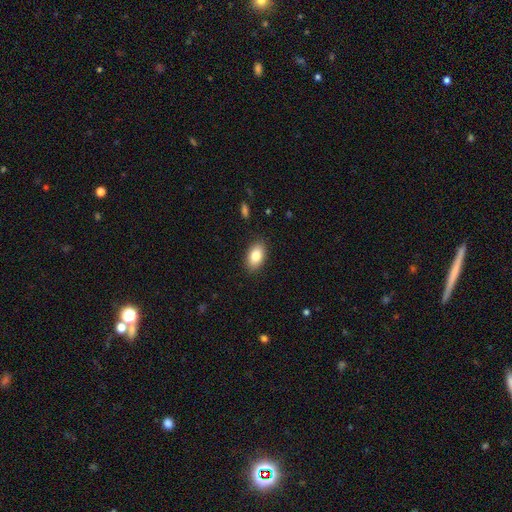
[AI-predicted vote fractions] Morphology: type=smooth (83%); roundness=in between (91%); merging=none (87%).